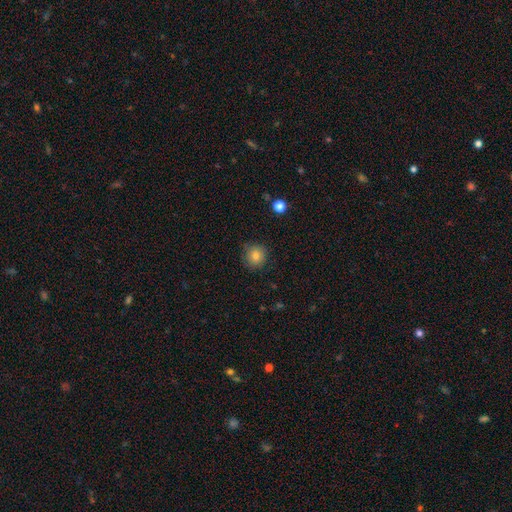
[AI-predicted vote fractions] A smooth galaxy with no disk features (80%) that is round (91%).

Vote fractions:
- Smooth or featured? smooth: 80% / star or artifact: 11% / featured or disk: 9%
- How rounded? round: 91% / in between: 8% / cigar-shaped: 1%
- Merging? none: 84% / minor disturbance: 12% / major disturbance: 3% / merger: 1%